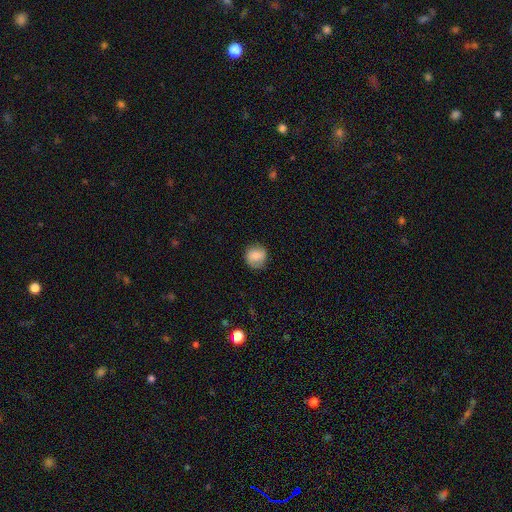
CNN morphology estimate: A smooth galaxy with no disk features (74%) that is round (85%). Merging: none (80%).